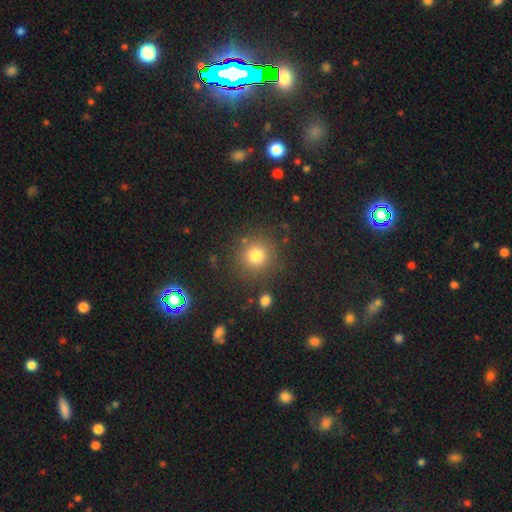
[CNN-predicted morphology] A smooth galaxy with no disk features (78%) that is round (93%). Merging: none (86%).